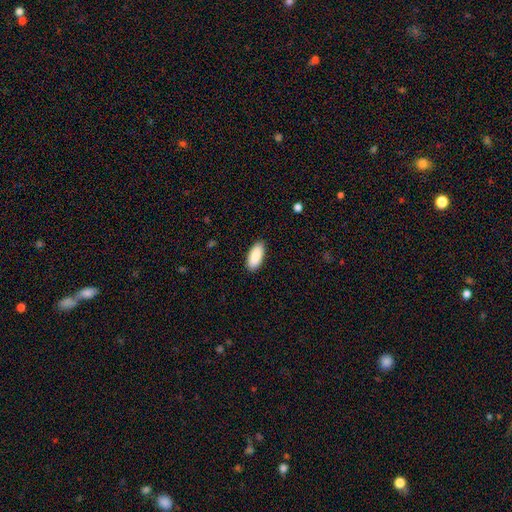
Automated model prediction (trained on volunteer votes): Morphology: type=smooth (89%); roundness=in between (89%); merging=none (89%).